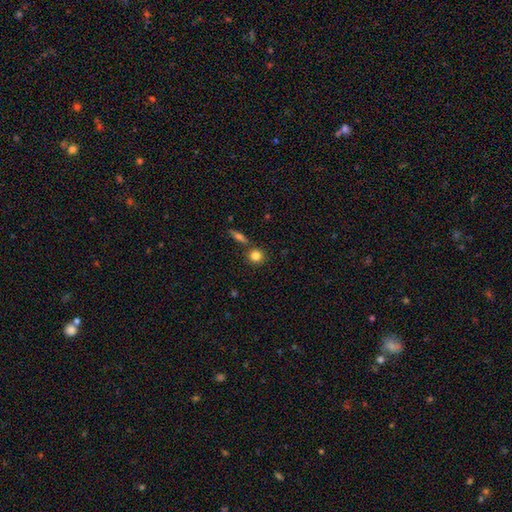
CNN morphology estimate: smooth_or_featured: smooth (p=0.83) [alt: star or artifact p=0.09]
how_rounded: round (p=0.87) [alt: in between p=0.11]
merging: none (p=0.77) [alt: merger p=0.12]